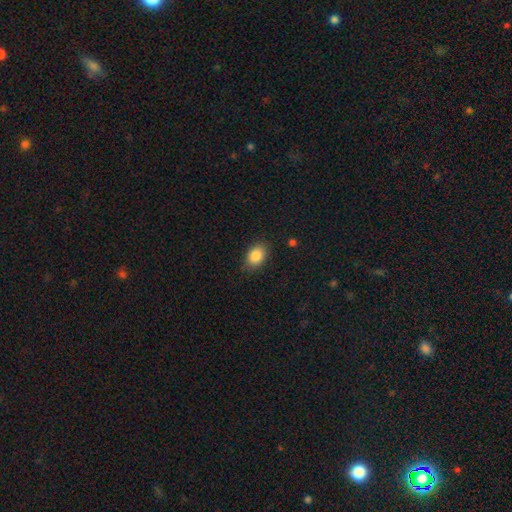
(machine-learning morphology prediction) Overall: smooth (86%). How rounded: in between (78%). Merging: none (83%).